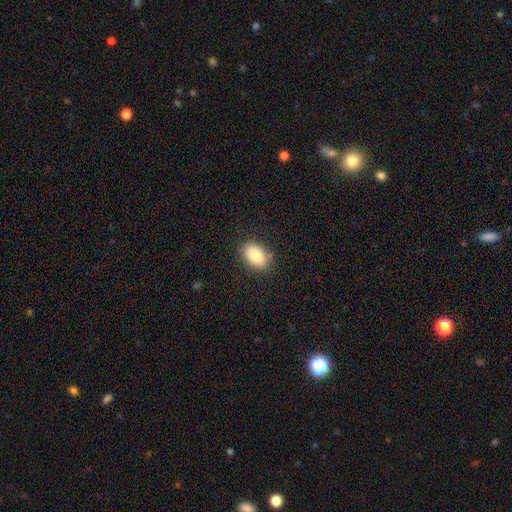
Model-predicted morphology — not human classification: Smooth or featured: smooth — 83% (featured or disk — 9%)
How rounded: in between — 86% (round — 13%)
Merging: none — 84% (minor disturbance — 12%)